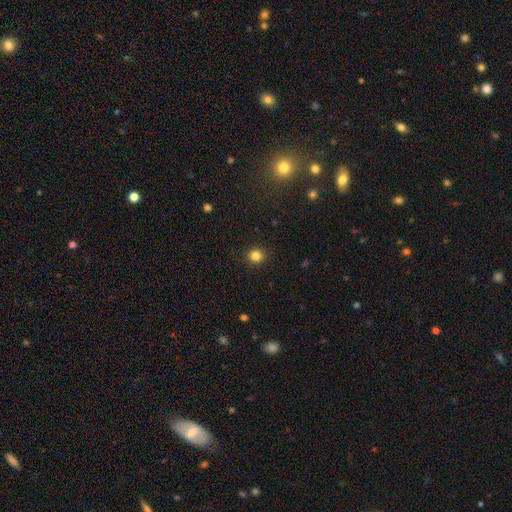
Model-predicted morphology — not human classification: Overall: smooth (84%). How rounded: round (90%). Merging: none (92%).